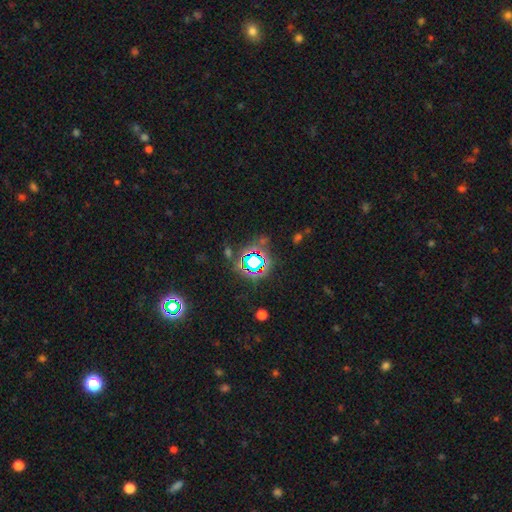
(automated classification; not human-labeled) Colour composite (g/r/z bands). It shows a star or artifact, not a galaxy (71%).